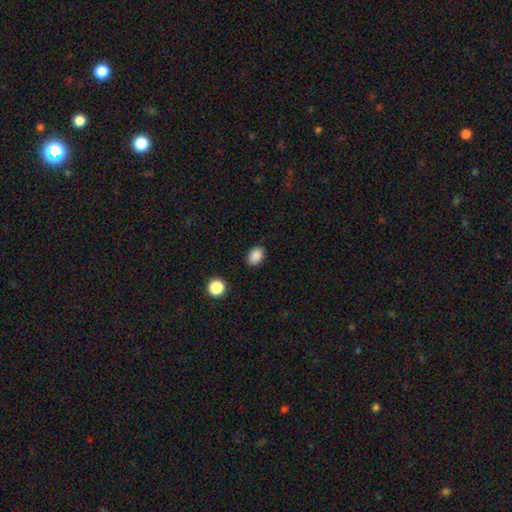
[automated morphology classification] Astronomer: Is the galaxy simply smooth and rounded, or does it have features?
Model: smooth — 88%.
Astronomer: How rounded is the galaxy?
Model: in between — 72%.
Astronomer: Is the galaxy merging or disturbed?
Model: none — 86%.